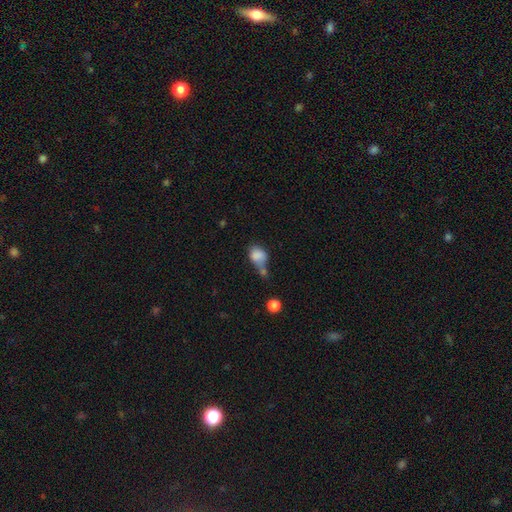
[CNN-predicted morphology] type=smooth (78%); roundness=in between (61%); merging=merger (37%).